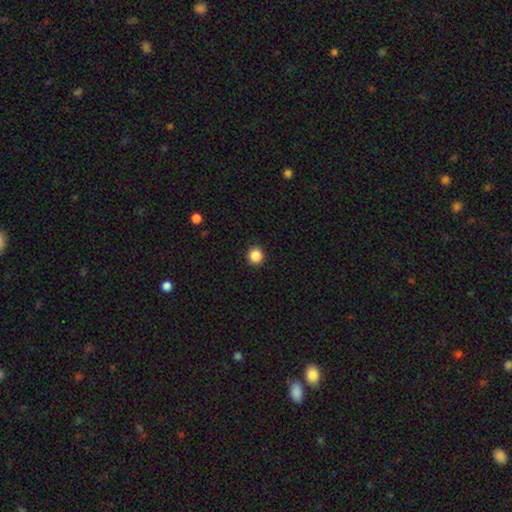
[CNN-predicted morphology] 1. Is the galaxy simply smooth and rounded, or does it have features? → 87% smooth, 11% star or artifact, 3% featured or disk.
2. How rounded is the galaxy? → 92% round, 7% in between, 1% cigar-shaped.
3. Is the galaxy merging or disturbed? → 91% none, 6% minor disturbance, 2% major disturbance, 1% merger.